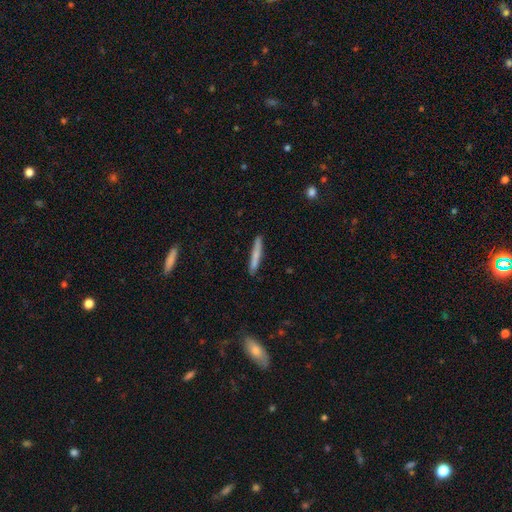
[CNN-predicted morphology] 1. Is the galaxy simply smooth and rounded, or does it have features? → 70% smooth, 24% featured or disk, 6% star or artifact.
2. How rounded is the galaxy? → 95% cigar-shaped, 3% in between, 1% round.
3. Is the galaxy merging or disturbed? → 88% none, 9% minor disturbance, 2% major disturbance, 2% merger.